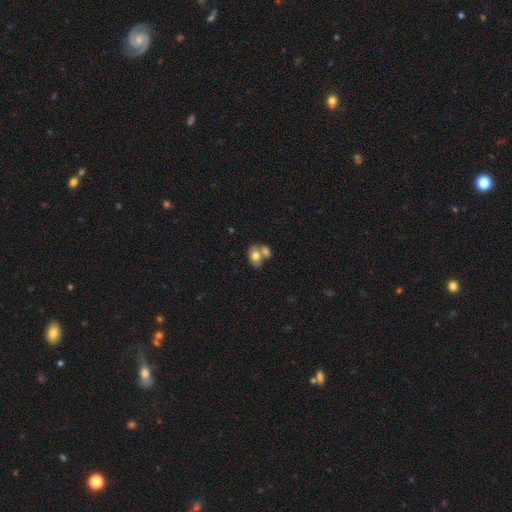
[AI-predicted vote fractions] Smooth or featured: smooth — 74% (featured or disk — 18%)
How rounded: in between — 64% (round — 35%)
Merging: merger — 54% (none — 32%)